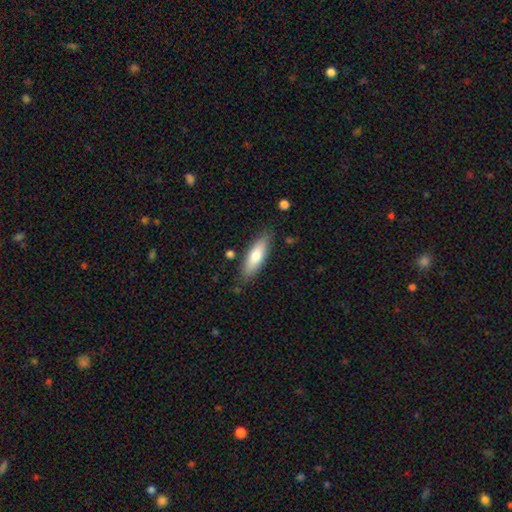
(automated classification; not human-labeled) This is likely a smooth galaxy (74%). How rounded: possibly in between (51%). Merging: clearly none (82%).